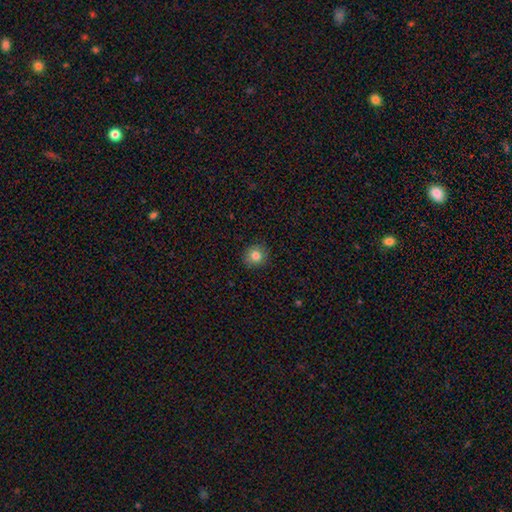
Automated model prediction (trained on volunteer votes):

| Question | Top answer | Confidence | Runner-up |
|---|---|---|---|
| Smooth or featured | smooth | 82% | star or artifact (11%) |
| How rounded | round | 90% | in between (9%) |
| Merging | none | 91% | minor disturbance (6%) |